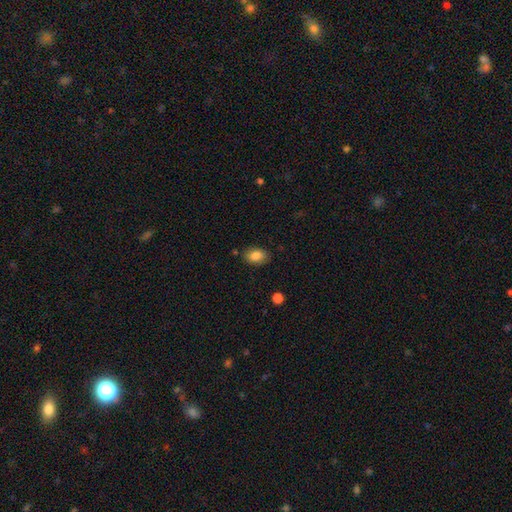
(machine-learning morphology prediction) type=smooth (85%); roundness=in between (84%); merging=none (82%).